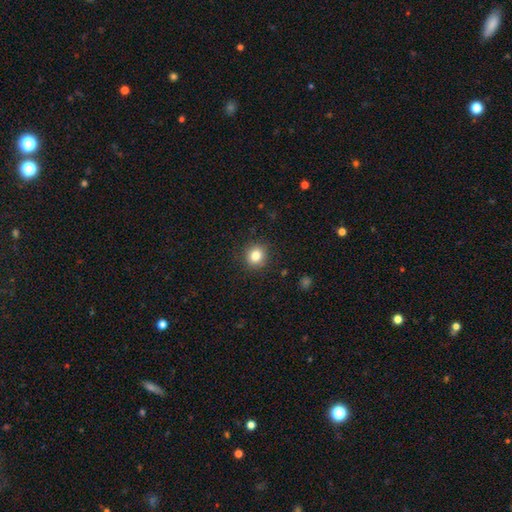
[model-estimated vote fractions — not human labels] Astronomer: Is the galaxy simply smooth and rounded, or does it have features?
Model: smooth — 83%.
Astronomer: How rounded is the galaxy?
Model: round — 86%.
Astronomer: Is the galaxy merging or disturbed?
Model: none — 90%.